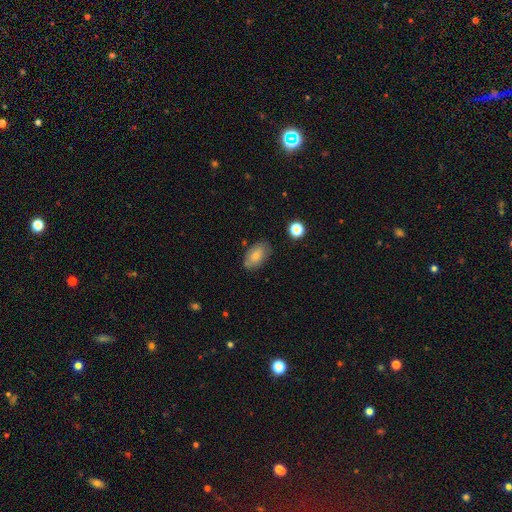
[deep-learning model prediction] smooth-or-featured: smooth: 75% | featured or disk: 17% | star or artifact: 8%
  how-rounded: in between: 91% | round: 7% | cigar-shaped: 2%
  merging: none: 79% | minor disturbance: 16% | major disturbance: 3% | merger: 2%